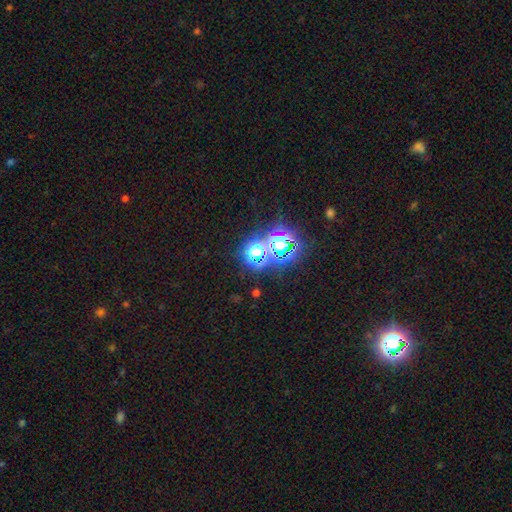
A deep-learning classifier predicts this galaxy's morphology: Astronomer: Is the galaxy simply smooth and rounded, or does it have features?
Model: star or artifact — 70%.